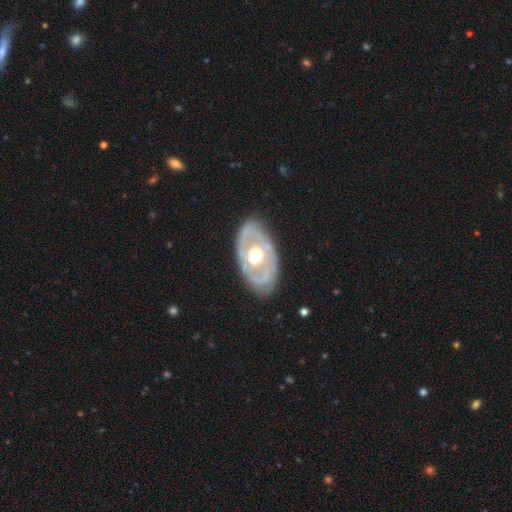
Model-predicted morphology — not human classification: This appears to be a featured or disk galaxy (68%) with no bar (87%), no spiral arms (79%) and a moderate central bulge (63%). Merging: none (79%).